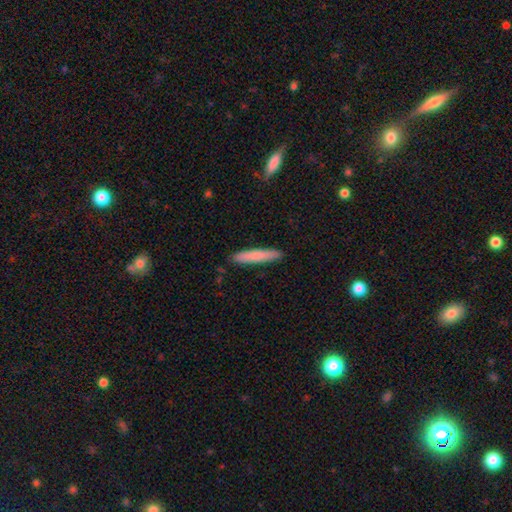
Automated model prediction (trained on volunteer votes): The model was most divided on "smooth or featured": smooth: 79%, featured or disk: 15%, star or artifact: 5%. More confident: how rounded — cigar-shaped (91%); merging — none (90%).